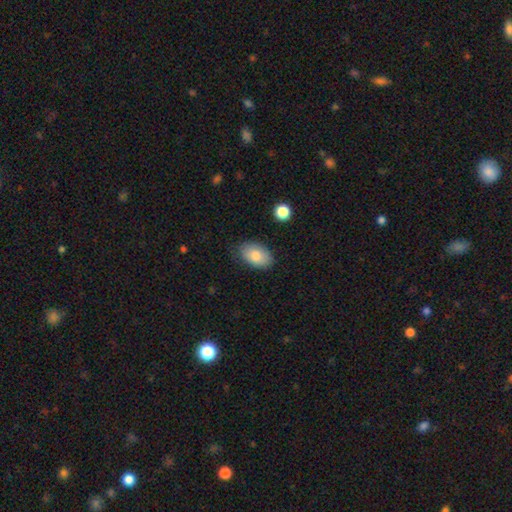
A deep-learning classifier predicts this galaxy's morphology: Smooth or featured? smooth (82%)
How rounded? in between (89%)
Merging? none (78%)